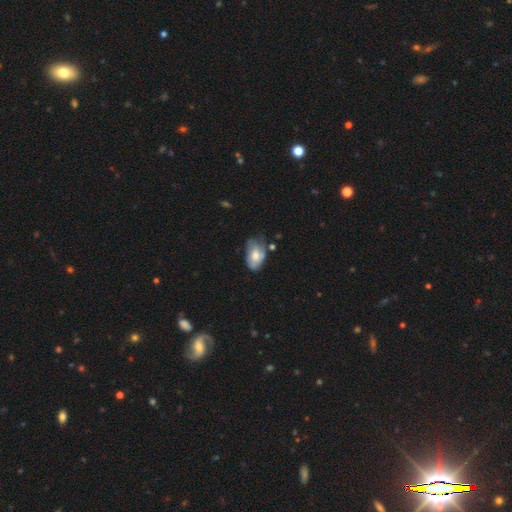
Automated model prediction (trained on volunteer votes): Overall: smooth (61%; featured or disk 32%). How rounded: in between (91%). Merging: none (41%; minor disturbance 39%).